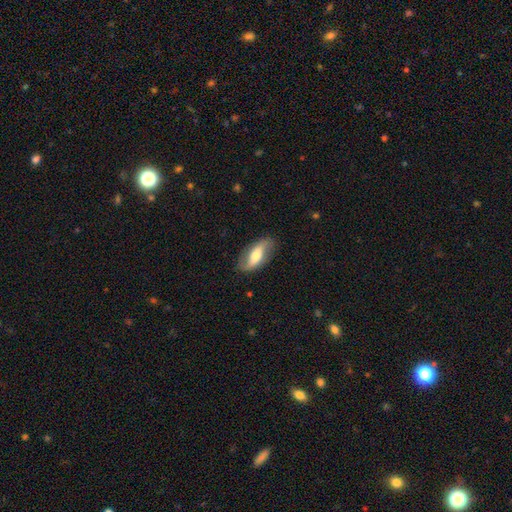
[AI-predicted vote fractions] Smooth or featured?
  - featured or disk: 65% *
  - smooth: 29%
  - star or artifact: 6%
Edge-on disk?
  - no: 89% *
  - yes: 11%
Bar?
  - strong: 35% *
  - weak: 34%
  - no: 31%
Spiral arms?
  - yes: 84% *
  - no: 16%
Bulge size?
  - moderate: 63% *
  - small: 20%
  - large: 13%
  - dominant: 2%
  - none: 2%
Merging?
  - none: 81% *
  - minor disturbance: 14%
  - major disturbance: 4%
  - merger: 1%